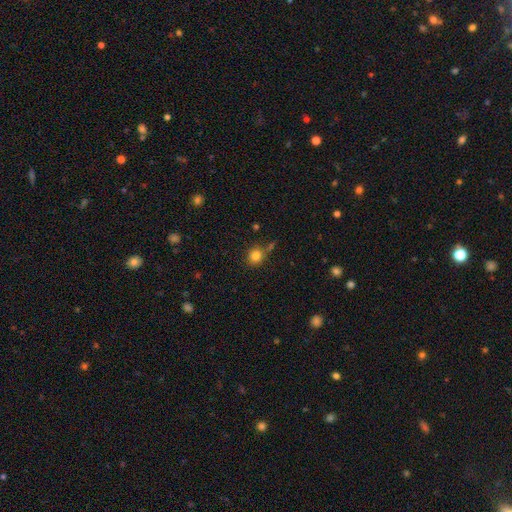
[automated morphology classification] Smooth or featured? Predicted: smooth (p=0.82). How rounded? Predicted: round (p=0.80). Merging? Predicted: none (p=0.72).